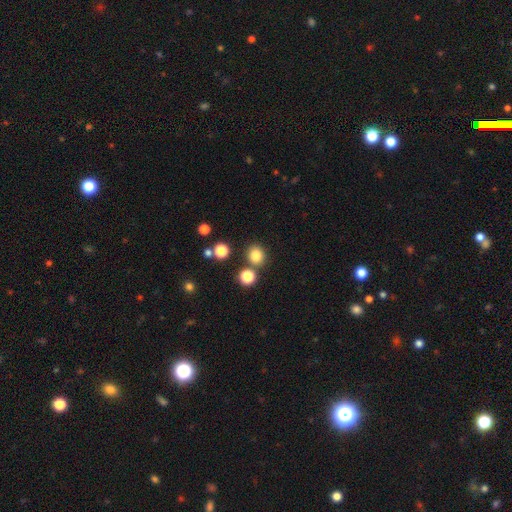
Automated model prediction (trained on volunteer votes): Overall: smooth (82%). How rounded: round (80%). Merging: none (80%).